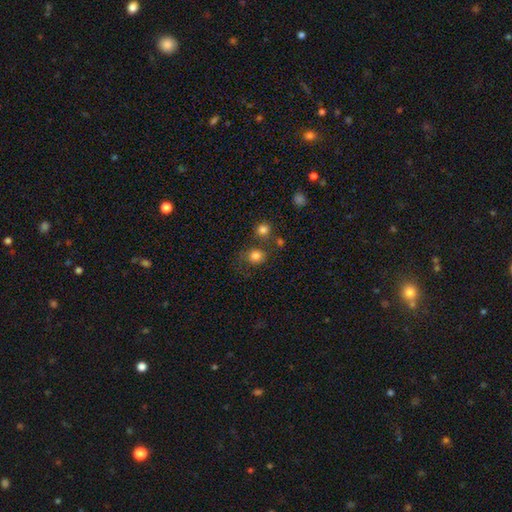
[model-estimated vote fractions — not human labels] This appears to be a smooth galaxy with no disk features (80%) that is round (78%). Merging: none (61%).